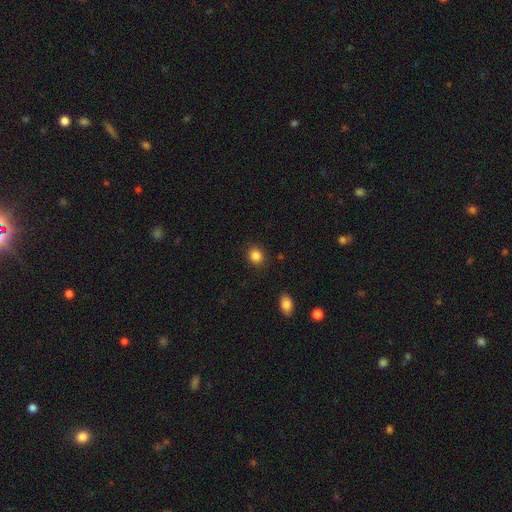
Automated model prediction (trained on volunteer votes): Q: Smooth or featured?
A: smooth (85%); runner-up: star or artifact (10%)
Q: How rounded?
A: round (76%); runner-up: in between (23%)
Q: Merging?
A: none (88%); runner-up: minor disturbance (8%)